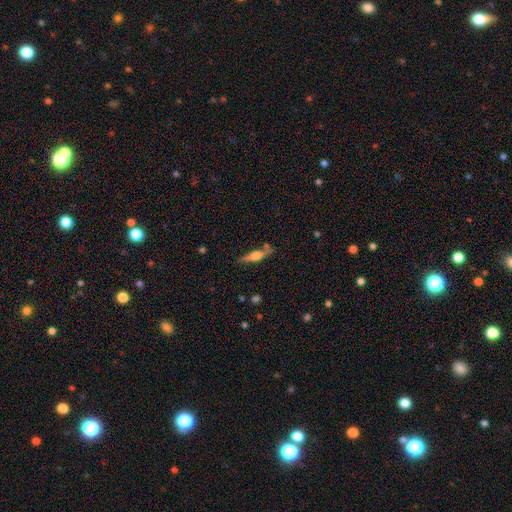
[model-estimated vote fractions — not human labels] This appears to be a featured or disk galaxy (60%) viewed edge-on (95%) with a rounded central bulge (86%). Merging: none (77%).